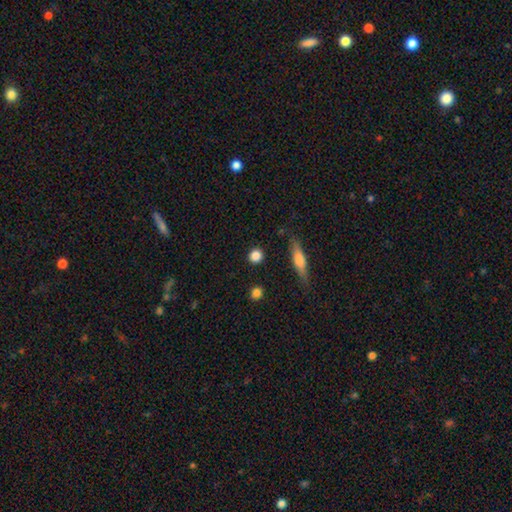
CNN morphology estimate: Smooth or featured: smooth — 84% (star or artifact — 9%)
How rounded: round — 87% (in between — 10%)
Merging: none — 89% (minor disturbance — 7%)